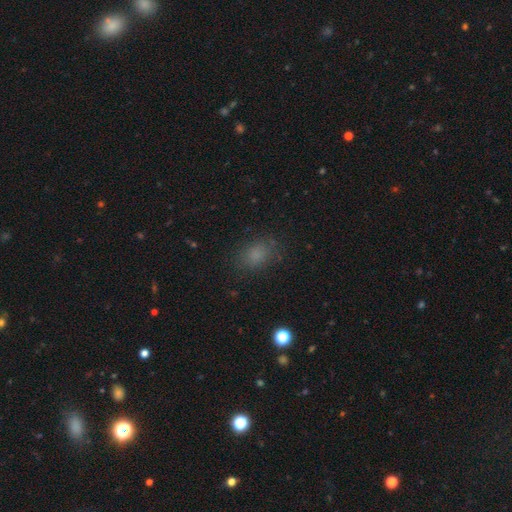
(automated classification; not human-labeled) smooth 78%, star or artifact 16%, featured or disk 7%. Down the decision tree: how rounded — in between (69%); merging — none (79%).